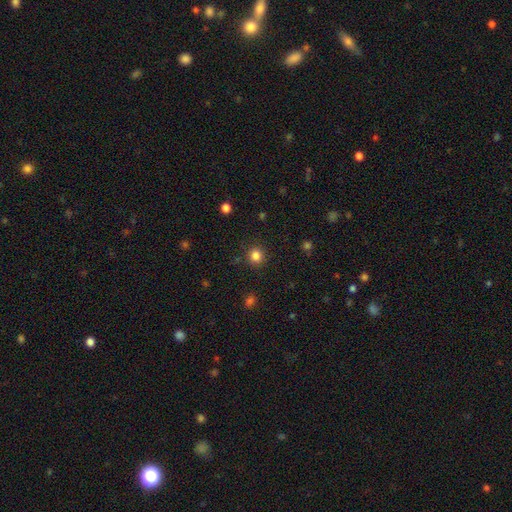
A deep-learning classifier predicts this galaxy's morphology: smooth_or_featured: smooth (p=0.83) [alt: star or artifact p=0.13]
how_rounded: round (p=0.92) [alt: in between p=0.07]
merging: none (p=0.90) [alt: minor disturbance p=0.06]